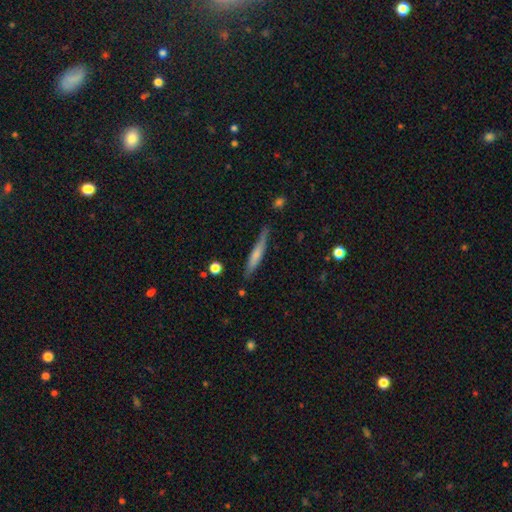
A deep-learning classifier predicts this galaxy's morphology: The model was most divided on "smooth or featured": smooth: 58%, featured or disk: 36%, star or artifact: 6%. More confident: how rounded — cigar-shaped (93%); merging — none (81%).